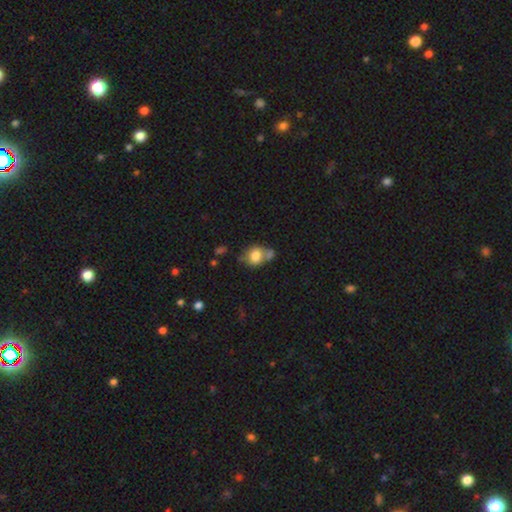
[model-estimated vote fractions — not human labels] Smooth or featured? smooth (76%)
How rounded? in between (50%)
Merging? none (39%)